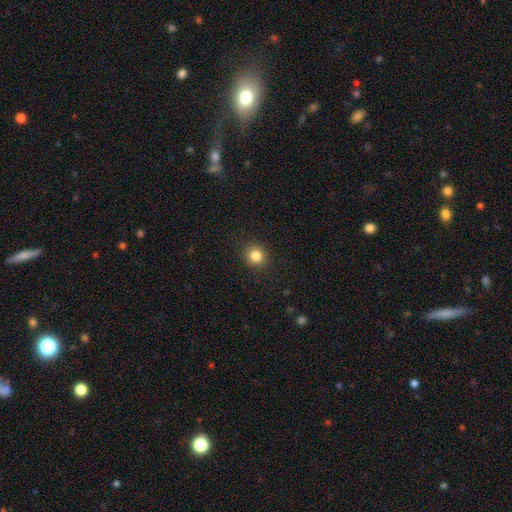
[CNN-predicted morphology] The model was most divided on "smooth or featured": smooth: 83%, star or artifact: 12%, featured or disk: 5%. More confident: merging — none (91%); how rounded — round (89%).